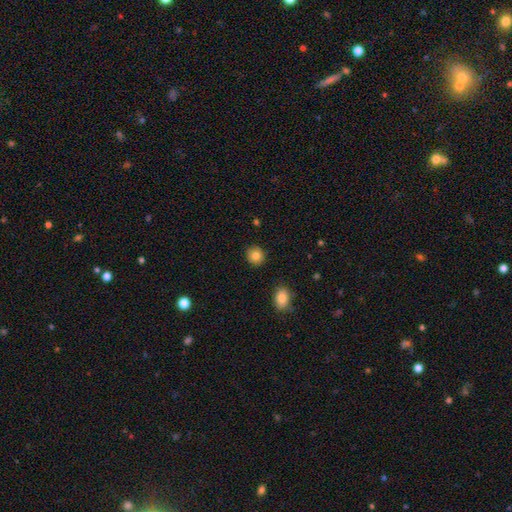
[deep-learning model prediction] Smooth or featured: smooth — 84% (star or artifact — 9%)
How rounded: round — 87% (in between — 12%)
Merging: none — 90% (minor disturbance — 7%)